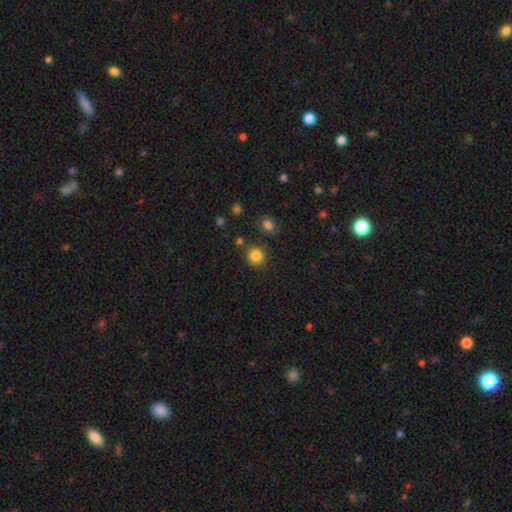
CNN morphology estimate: Smooth or featured? Predicted: smooth (p=0.84). How rounded? Predicted: round (p=0.89). Merging? Predicted: none (p=0.83).